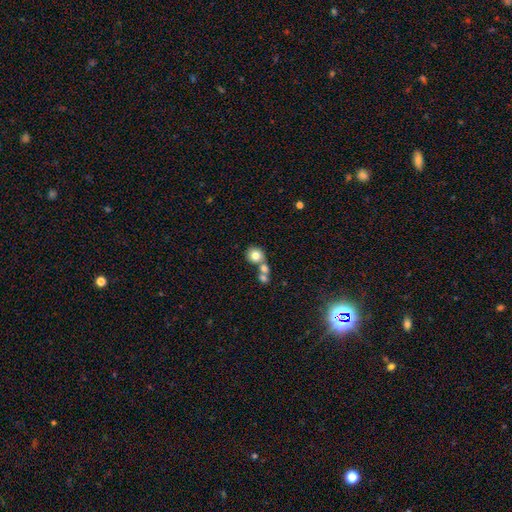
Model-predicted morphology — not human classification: The model was most divided on "merging": none: 47%, merger: 42%, minor disturbance: 8%, major disturbance: 3%. More confident: how rounded — round (84%); smooth or featured — smooth (78%).